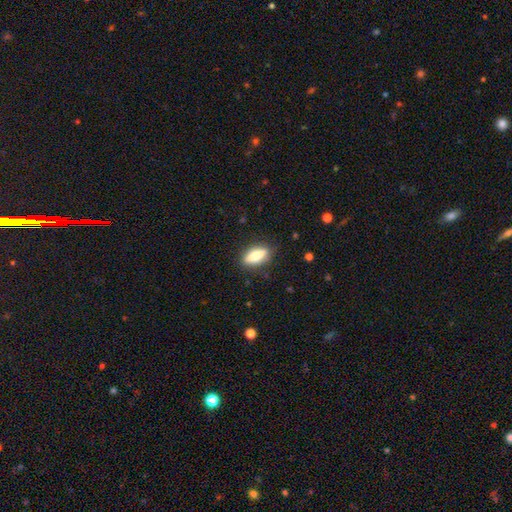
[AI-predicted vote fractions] Smooth or featured: smooth — 65% (featured or disk — 28%)
How rounded: in between — 59% (cigar-shaped — 38%)
Merging: none — 86% (minor disturbance — 10%)